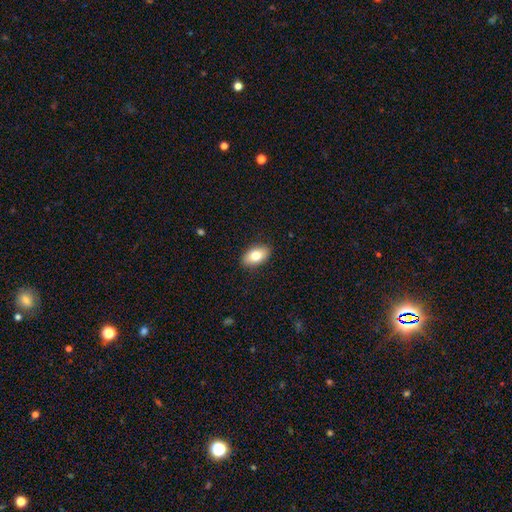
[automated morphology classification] A smooth galaxy with no disk features (79%) that is in between round and cigar-shaped (91%).

Vote fractions:
- Smooth or featured? smooth: 79% / featured or disk: 14% / star or artifact: 7%
- How rounded? in between: 91% / round: 6% / cigar-shaped: 2%
- Merging? none: 88% / minor disturbance: 9% / major disturbance: 2% / merger: 1%